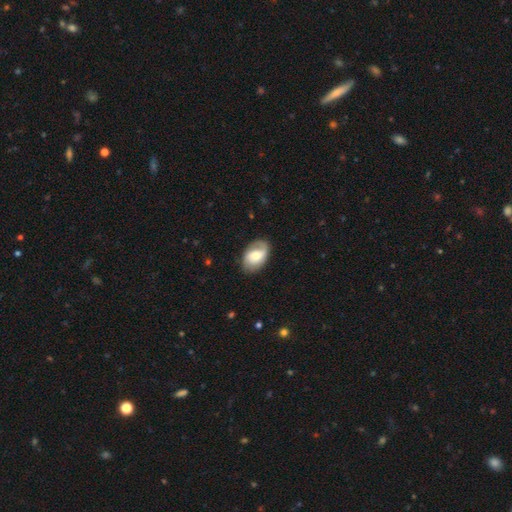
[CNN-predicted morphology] A featured or disk galaxy (49%). Merging: none (76%).